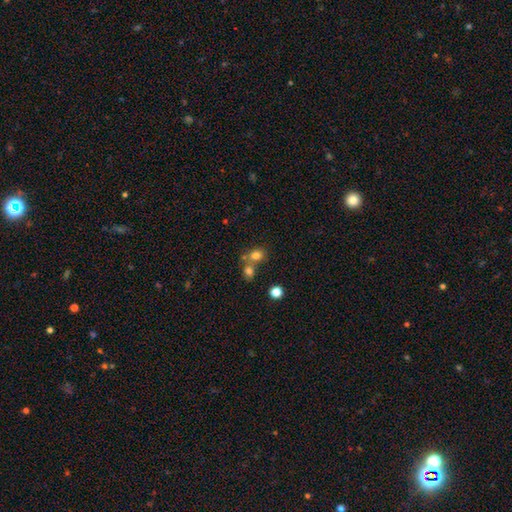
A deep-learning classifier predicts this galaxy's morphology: smooth_or_featured: smooth (p=0.78) [alt: star or artifact p=0.14]
how_rounded: round (p=0.56) [alt: in between p=0.43]
merging: none (p=0.46) [alt: merger p=0.42]